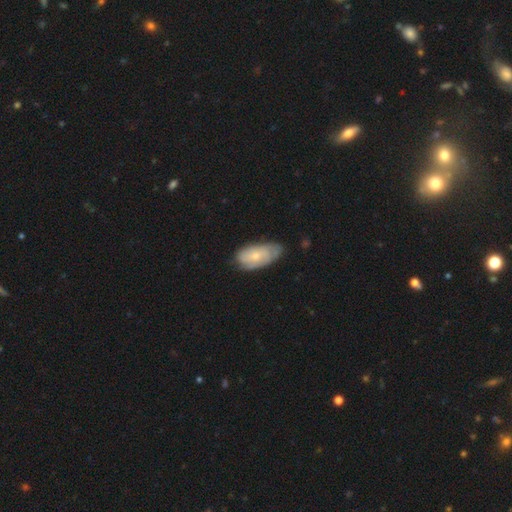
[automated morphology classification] type=smooth (53%); roundness=in between (91%); merging=none (62%).